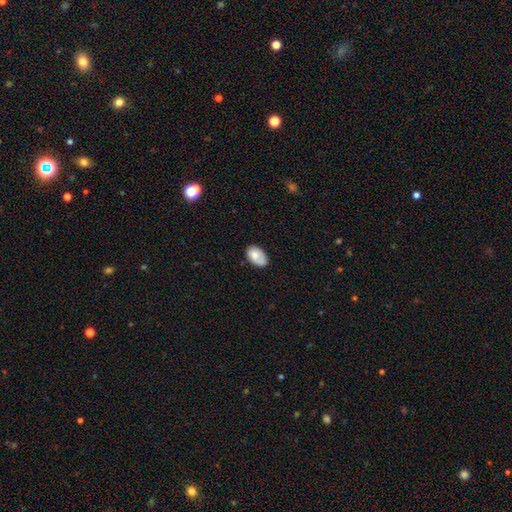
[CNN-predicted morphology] smooth 74%, featured or disk 19%, star or artifact 7%. Down the decision tree: how rounded — in between (89%); merging — none (65%).